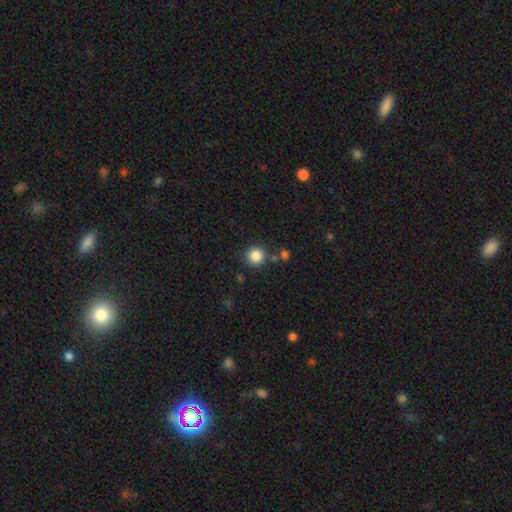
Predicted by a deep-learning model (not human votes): smooth-or-featured: smooth: 85% | star or artifact: 11% | featured or disk: 4%
  how-rounded: round: 93% | in between: 6% | cigar-shaped: 1%
  merging: none: 82% | minor disturbance: 9% | merger: 6% | major disturbance: 3%